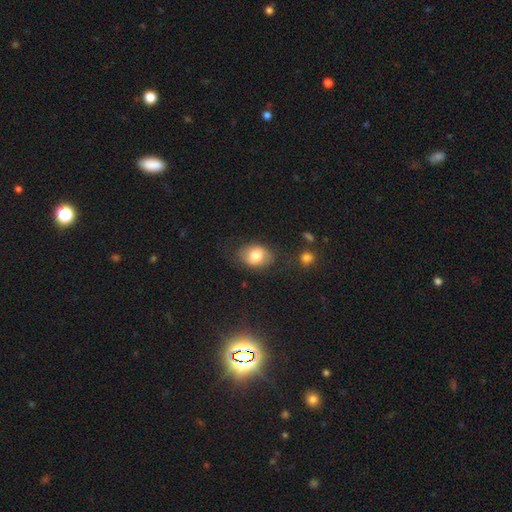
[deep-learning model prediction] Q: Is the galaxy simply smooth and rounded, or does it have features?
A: smooth — 75%.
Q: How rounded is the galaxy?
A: in between — 73%.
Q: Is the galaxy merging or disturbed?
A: none — 70%.